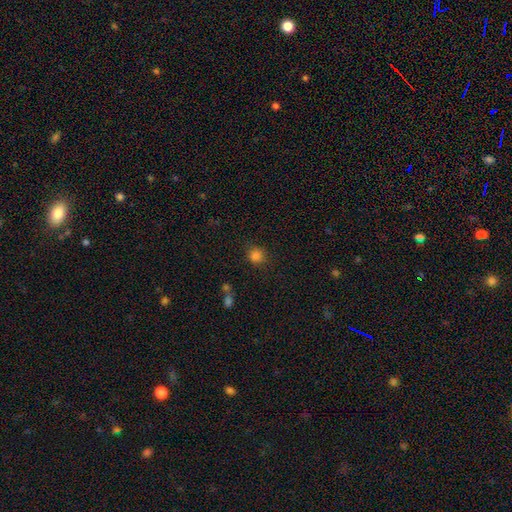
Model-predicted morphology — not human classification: Smooth or featured: smooth — 83% (star or artifact — 13%)
How rounded: round — 90% (in between — 9%)
Merging: none — 82% (minor disturbance — 10%)